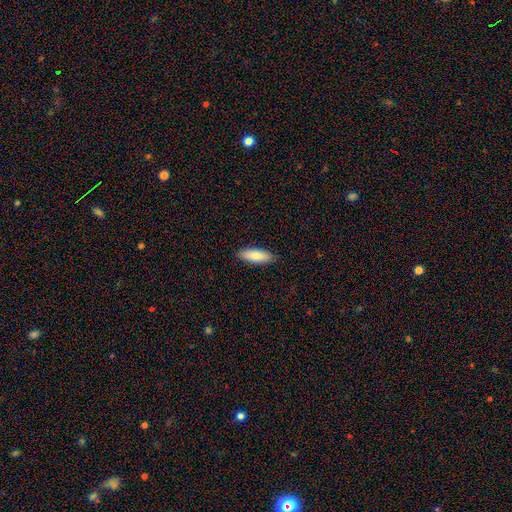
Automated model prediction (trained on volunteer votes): Morphology: type=smooth (84%); roundness=in between (60%); merging=none (89%).